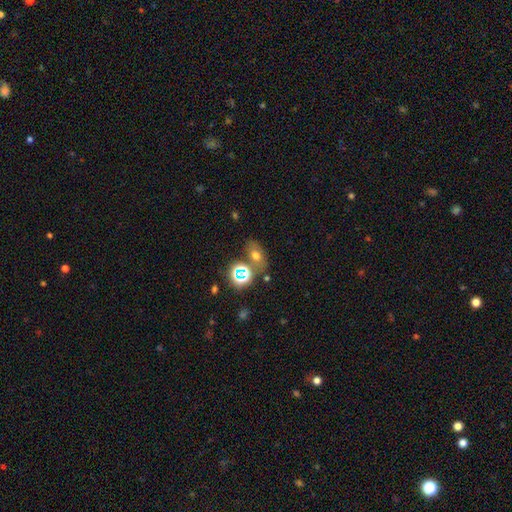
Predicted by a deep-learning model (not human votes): Smooth or featured? smooth (60%)
How rounded? in between (73%)
Merging? none (64%)